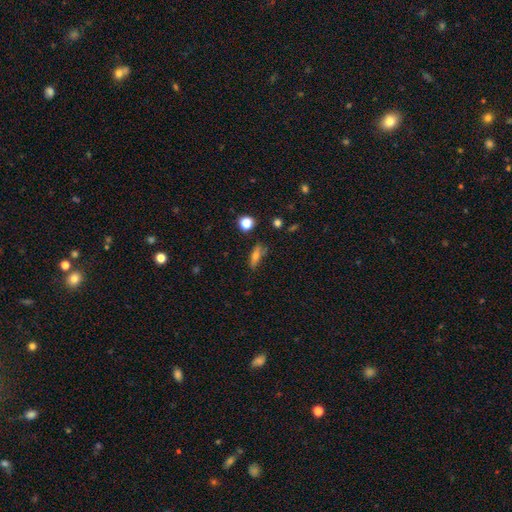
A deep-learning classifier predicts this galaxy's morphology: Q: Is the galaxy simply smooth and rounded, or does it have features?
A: smooth — 67%.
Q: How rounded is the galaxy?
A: in between — 50%.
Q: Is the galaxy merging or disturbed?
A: none — 64%.